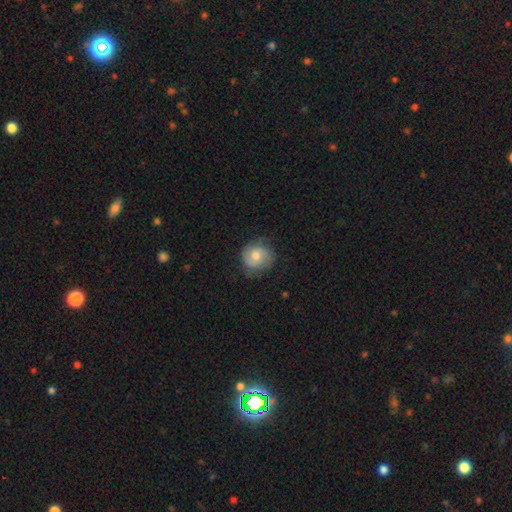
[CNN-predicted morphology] Overall: smooth (61%; featured or disk 31%). How rounded: round (84%). Merging: none (73%).